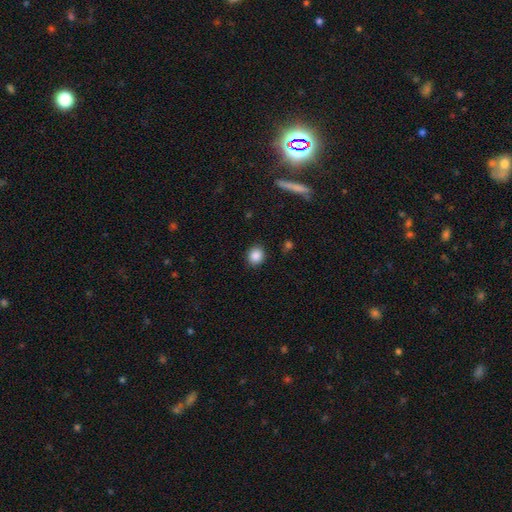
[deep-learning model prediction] This is clearly a smooth galaxy (87%). How rounded: likely round (80%). Merging: clearly none (89%).